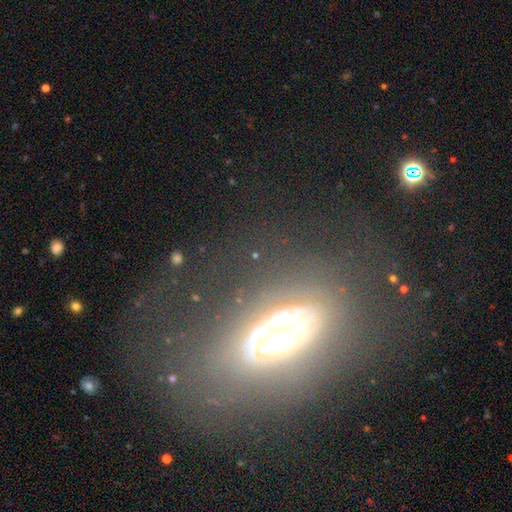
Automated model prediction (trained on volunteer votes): This appears to be a featured or disk galaxy (50%). Merging: none (75%).